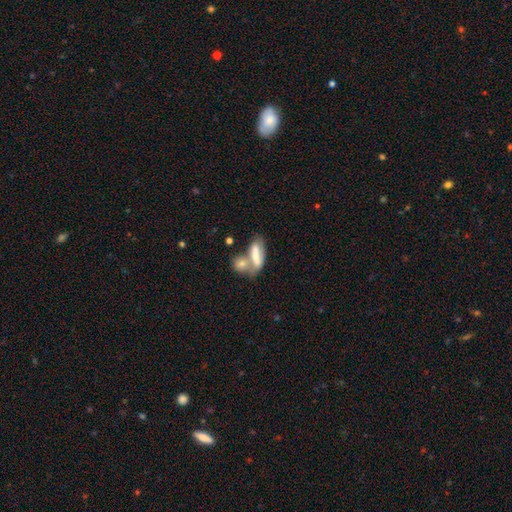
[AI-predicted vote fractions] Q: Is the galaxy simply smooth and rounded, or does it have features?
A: smooth — 66%.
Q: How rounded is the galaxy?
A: in between — 67%.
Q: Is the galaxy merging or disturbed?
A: merger — 54%.